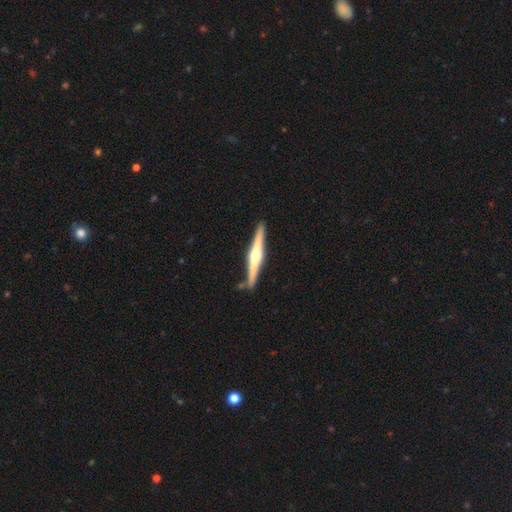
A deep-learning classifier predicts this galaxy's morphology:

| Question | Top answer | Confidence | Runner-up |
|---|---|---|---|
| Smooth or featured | featured or disk | 76% | smooth (19%) |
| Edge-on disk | yes | 98% | no (2%) |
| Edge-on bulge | rounded | 92% | boxy (4%) |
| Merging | none | 87% | minor disturbance (9%) |